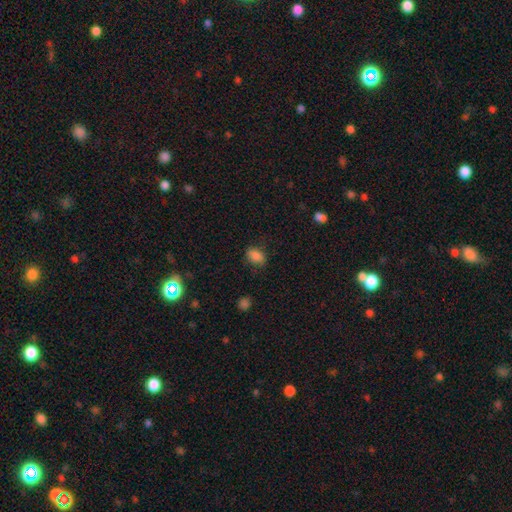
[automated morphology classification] A smooth galaxy with no disk features (84%) that is in between round and cigar-shaped (75%).

Vote fractions:
- Smooth or featured? smooth: 84% / star or artifact: 10% / featured or disk: 5%
- How rounded? in between: 75% / round: 23% / cigar-shaped: 1%
- Merging? none: 77% / minor disturbance: 17% / major disturbance: 4% / merger: 1%